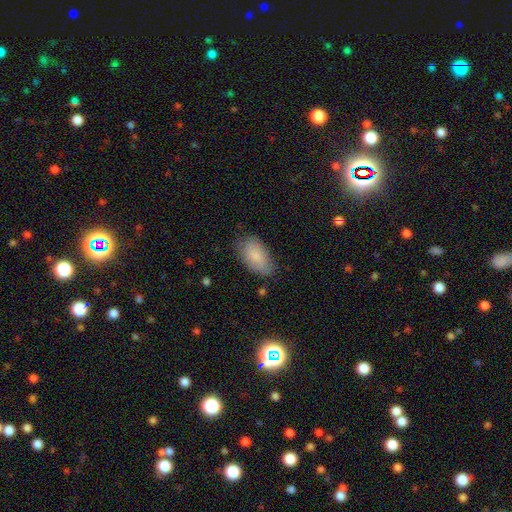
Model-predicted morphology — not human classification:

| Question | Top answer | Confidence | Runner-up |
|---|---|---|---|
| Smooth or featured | smooth | 83% | featured or disk (10%) |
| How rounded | in between | 94% | round (4%) |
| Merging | none | 75% | minor disturbance (19%) |